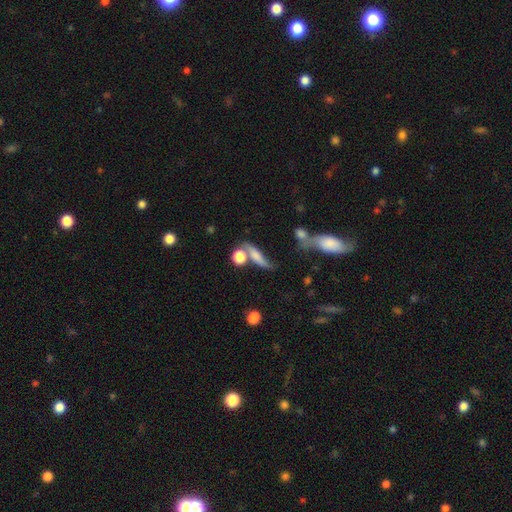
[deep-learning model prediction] Overall: smooth (65%). How rounded: cigar-shaped (50%; in between 33%). Merging: none (43%; merger 27%).